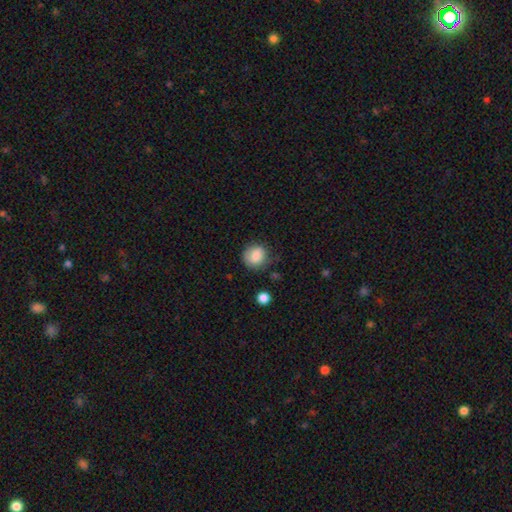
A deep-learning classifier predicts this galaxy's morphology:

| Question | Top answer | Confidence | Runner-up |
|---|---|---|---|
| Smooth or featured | smooth | 81% | featured or disk (10%) |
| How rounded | round | 76% | in between (23%) |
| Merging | none | 70% | minor disturbance (21%) |